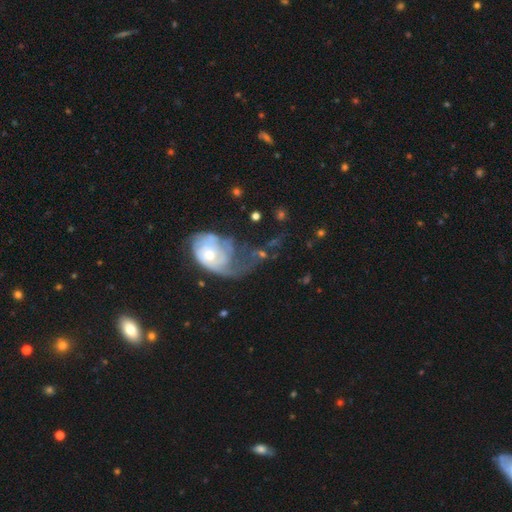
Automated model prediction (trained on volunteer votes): A featured or disk galaxy (63%) with no bar (78%), spiral arms (69%) and a moderate central bulge (46%).

Vote fractions:
- Smooth or featured? featured or disk: 63% / smooth: 25% / star or artifact: 12%
- Edge-on disk? no: 96% / yes: 4%
- Bar? no: 78% / weak: 18% / strong: 4%
- Spiral arms? yes: 69% / no: 31%
- Bulge size? moderate: 46% / small: 45% / large: 4% / none: 3% / dominant: 2%
- Merging? major disturbance: 50% / none: 22% / minor disturbance: 17% / merger: 11%